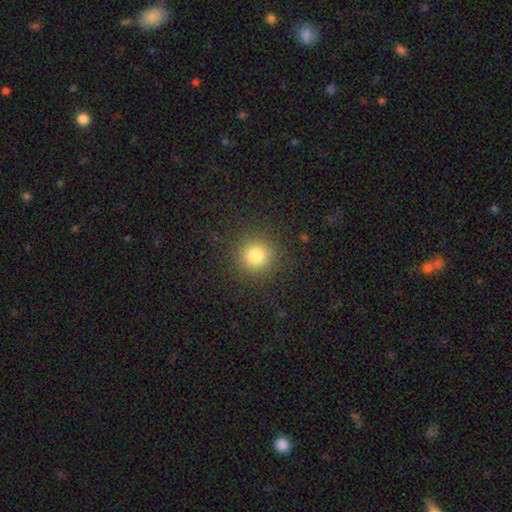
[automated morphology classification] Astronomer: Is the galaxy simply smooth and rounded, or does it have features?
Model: smooth — 80%.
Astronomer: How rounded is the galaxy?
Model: round — 94%.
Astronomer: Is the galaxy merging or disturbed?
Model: none — 90%.